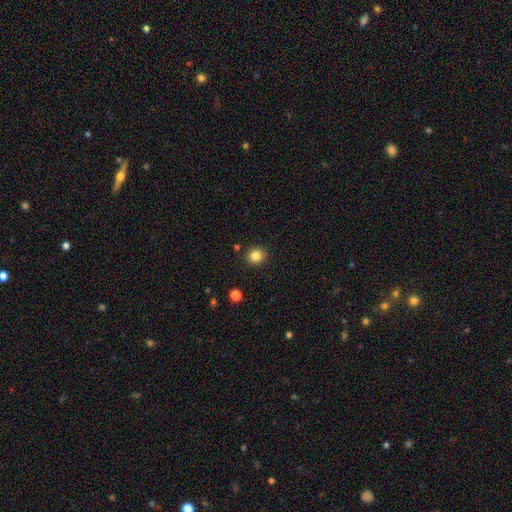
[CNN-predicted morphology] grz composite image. It shows a smooth galaxy with no disk features (84%) that is round (81%). Merging: none (90%).